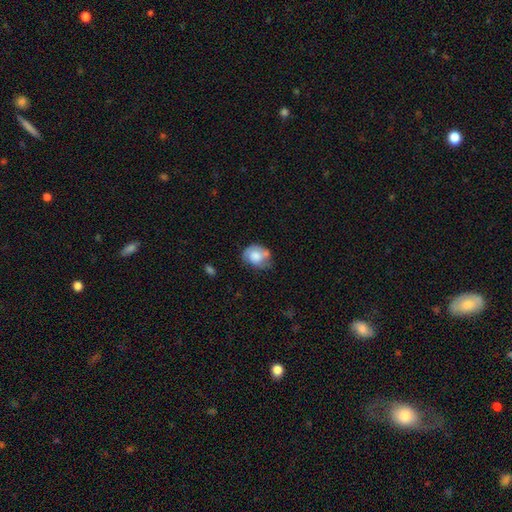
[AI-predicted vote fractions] smooth-or-featured: smooth: 63% | featured or disk: 29% | star or artifact: 8%
  how-rounded: round: 54% | in between: 45% | cigar-shaped: 1%
  merging: none: 41% | minor disturbance: 33% | major disturbance: 14% | merger: 12%